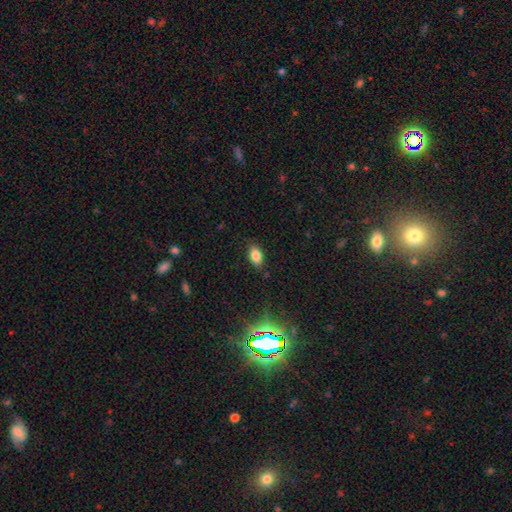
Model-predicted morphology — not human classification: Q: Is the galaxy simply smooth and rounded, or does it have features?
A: smooth — 83%.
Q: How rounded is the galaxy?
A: in between — 91%.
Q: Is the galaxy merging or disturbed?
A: none — 84%.